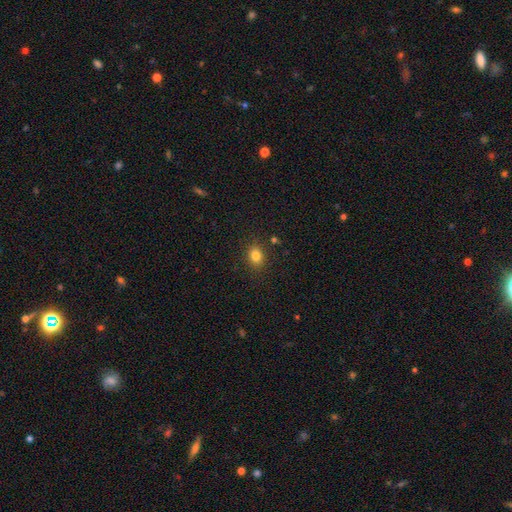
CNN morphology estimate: A smooth galaxy with no disk features (82%) that is in between round and cigar-shaped (58%).

Vote fractions:
- Smooth or featured? smooth: 82% / star or artifact: 12% / featured or disk: 6%
- How rounded? in between: 58% / round: 41% / cigar-shaped: 1%
- Merging? none: 85% / minor disturbance: 10% / major disturbance: 3% / merger: 2%